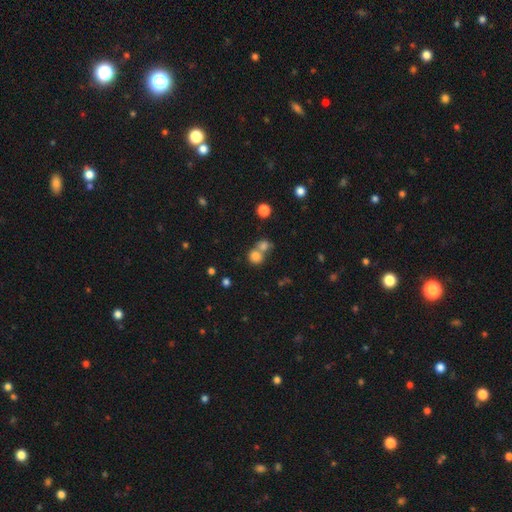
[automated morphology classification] Q: Smooth or featured?
A: smooth (79%); runner-up: star or artifact (13%)
Q: How rounded?
A: round (79%); runner-up: in between (20%)
Q: Merging?
A: merger (49%); runner-up: none (40%)